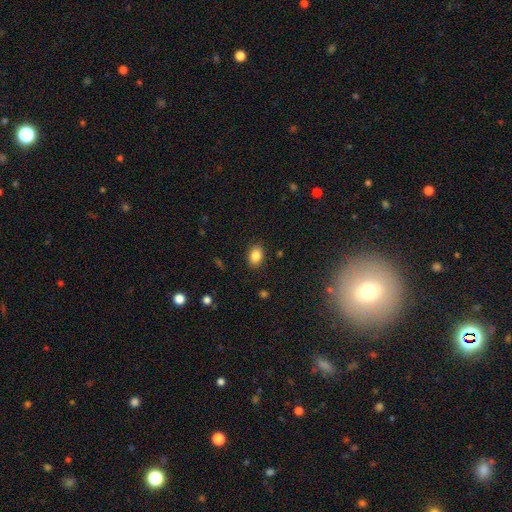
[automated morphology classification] A smooth galaxy with no disk features (85%) that is in between round and cigar-shaped (77%). Merging: none (88%).